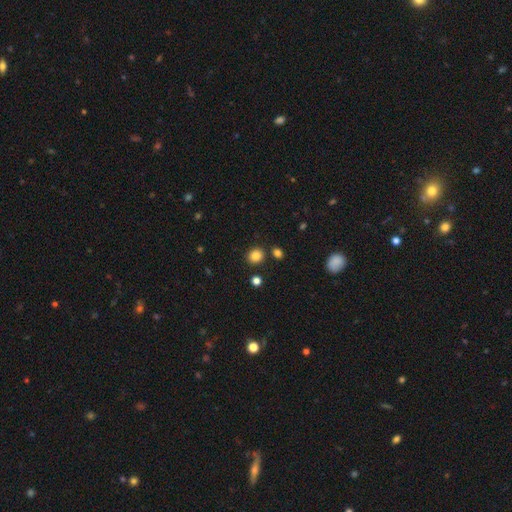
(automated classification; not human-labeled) This appears to be a smooth galaxy with no disk features (84%) that is round (81%). Merging: none (84%).